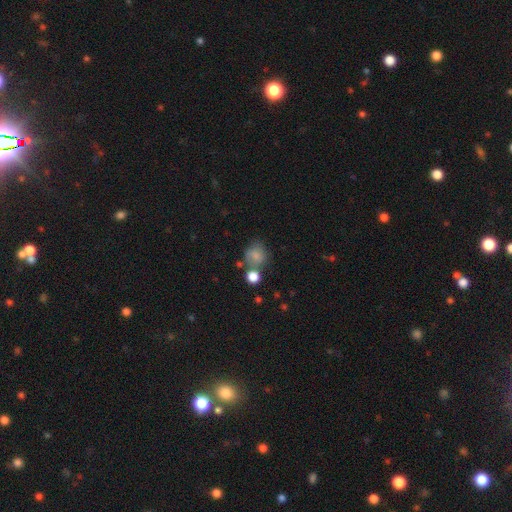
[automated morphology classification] Smooth or featured: smooth — 78% (star or artifact — 11%)
How rounded: round — 74% (in between — 25%)
Merging: none — 53% (merger — 22%)